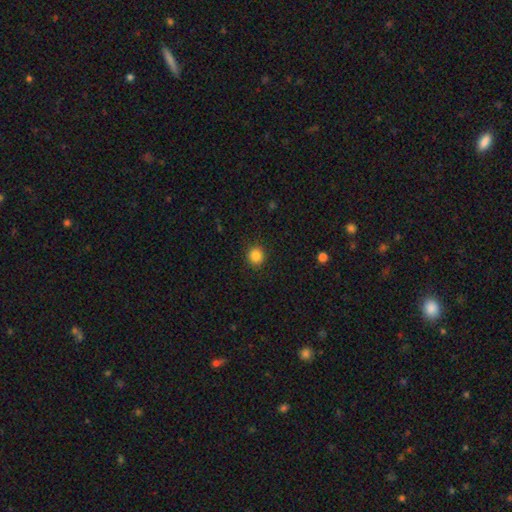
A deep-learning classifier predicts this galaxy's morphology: Smooth or featured? smooth (85%)
How rounded? round (90%)
Merging? none (91%)